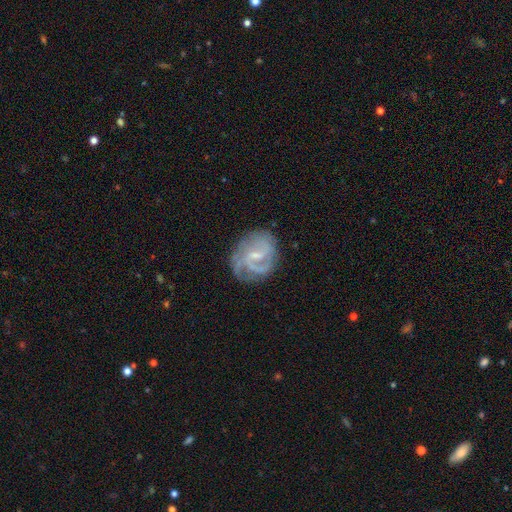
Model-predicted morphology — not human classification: The model was most divided on "spiral winding": medium: 44%, tight: 38%, loose: 17%. Remaining: edge-on disk — no (98%); spiral arms — yes (93%); smooth or featured — featured or disk (82%); merging — none (66%); bar — weak (60%); bulge size — small (59%); spiral arm count — 2 (43%).